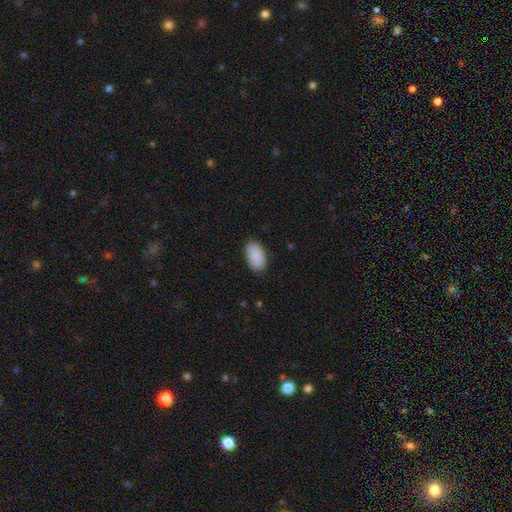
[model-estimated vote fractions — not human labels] Morphology: type=smooth (90%); roundness=in between (95%); merging=none (86%).